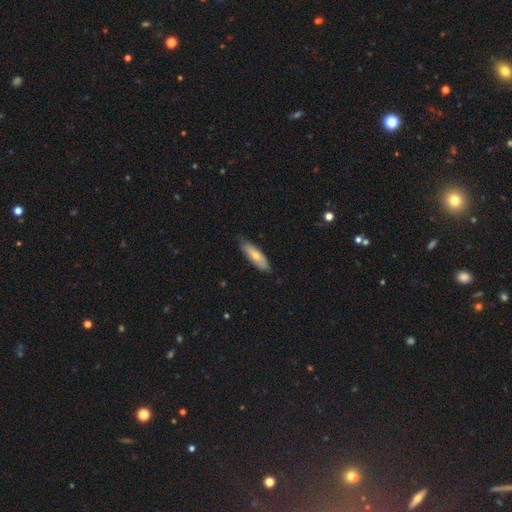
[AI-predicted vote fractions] smooth_or_featured: smooth (p=0.69) [alt: featured or disk p=0.25]
how_rounded: cigar-shaped (p=0.51) [alt: in between p=0.47]
merging: none (p=0.75) [alt: minor disturbance p=0.21]